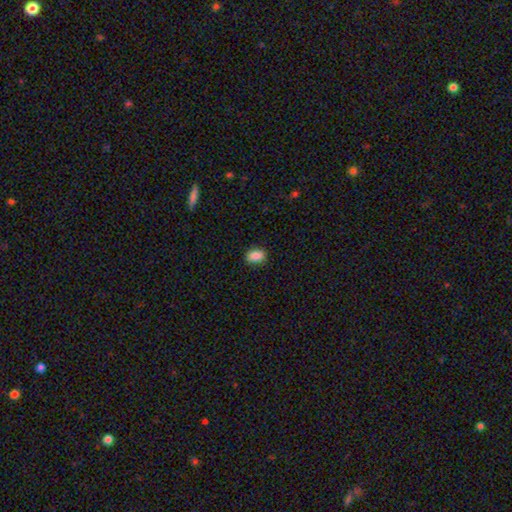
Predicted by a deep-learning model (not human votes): A smooth galaxy with no disk features (87%) that is in between round and cigar-shaped (81%).

Vote fractions:
- Smooth or featured? smooth: 87% / star or artifact: 8% / featured or disk: 5%
- How rounded? in between: 81% / round: 18% / cigar-shaped: 2%
- Merging? none: 87% / minor disturbance: 10% / major disturbance: 2% / merger: 1%